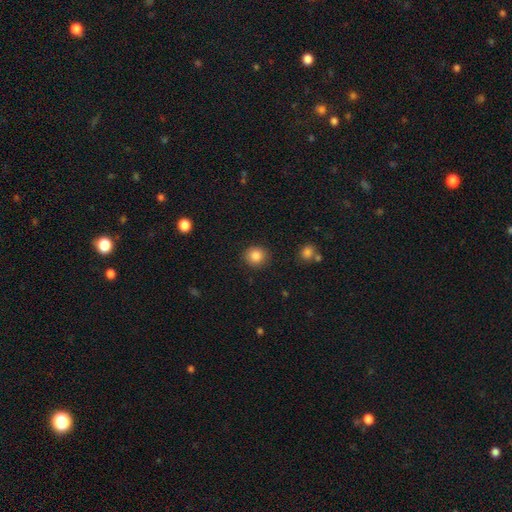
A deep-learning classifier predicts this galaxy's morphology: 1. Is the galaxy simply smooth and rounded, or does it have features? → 86% smooth, 10% star or artifact, 5% featured or disk.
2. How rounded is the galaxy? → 87% round, 12% in between, 1% cigar-shaped.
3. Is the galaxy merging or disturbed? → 89% none, 7% minor disturbance, 2% major disturbance, 1% merger.